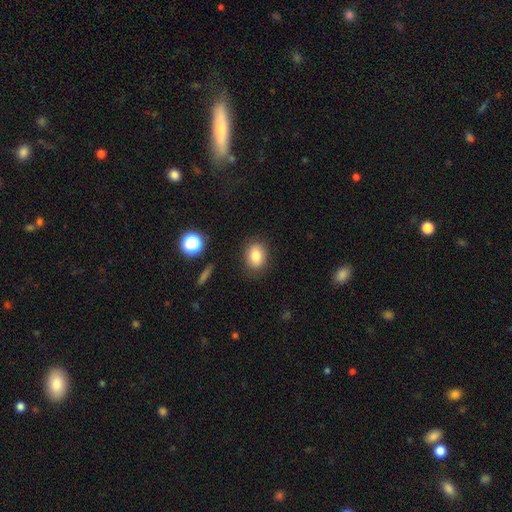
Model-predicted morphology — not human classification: Smooth or featured: smooth — 82% (star or artifact — 10%)
How rounded: in between — 64% (round — 35%)
Merging: none — 84% (minor disturbance — 11%)